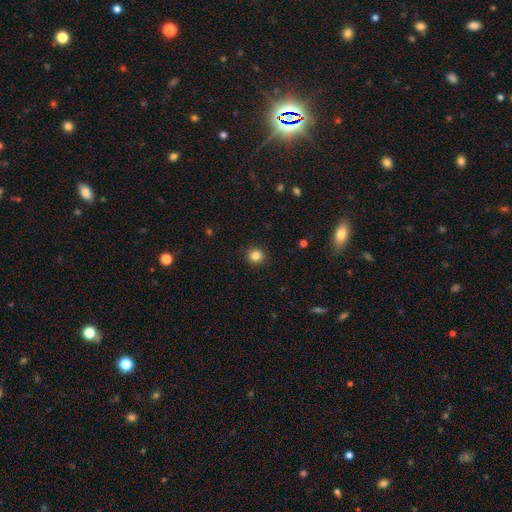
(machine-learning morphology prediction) Smooth or featured?
  - smooth: 83% *
  - star or artifact: 12%
  - featured or disk: 5%
How rounded?
  - round: 93% *
  - in between: 7%
  - cigar-shaped: 1%
Merging?
  - none: 91% *
  - minor disturbance: 6%
  - major disturbance: 2%
  - merger: 1%